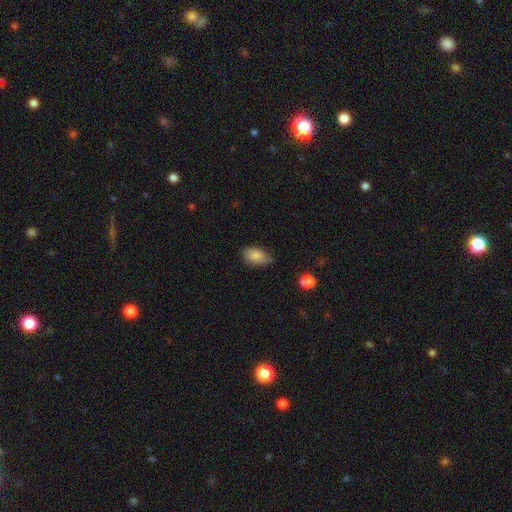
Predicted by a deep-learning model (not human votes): smooth_or_featured: smooth (p=0.85) [alt: star or artifact p=0.08]
how_rounded: in between (p=0.90) [alt: round p=0.07]
merging: none (p=0.65) [alt: minor disturbance p=0.29]